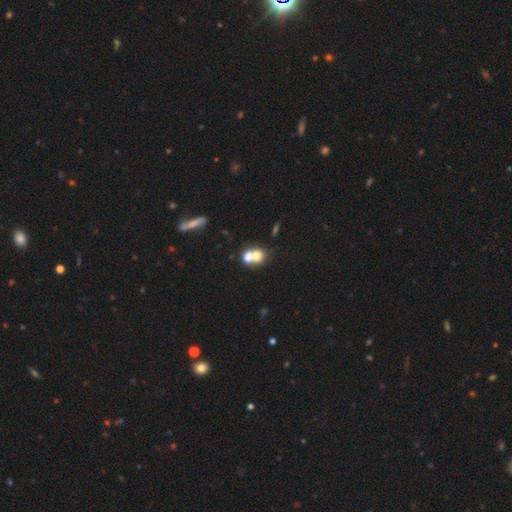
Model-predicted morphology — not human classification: The model was most divided on "how rounded": round: 64%, in between: 35%, cigar-shaped: 1%. More confident: smooth or featured — smooth (68%); merging — merger (66%).